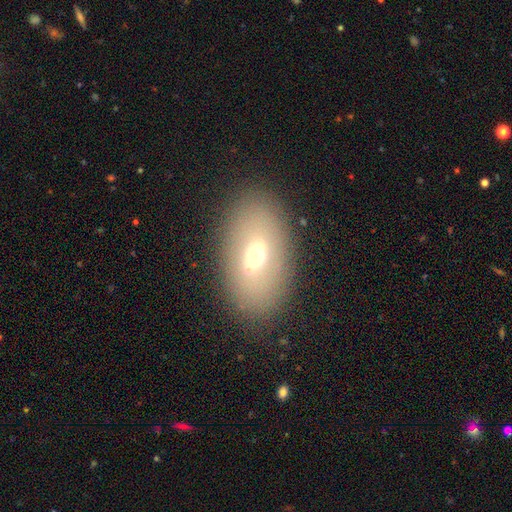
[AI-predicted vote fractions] Smooth or featured?
  - smooth: 60% *
  - featured or disk: 27%
  - star or artifact: 13%
How rounded?
  - in between: 87% *
  - round: 11%
  - cigar-shaped: 2%
Merging?
  - none: 75% *
  - merger: 10%
  - minor disturbance: 10%
  - major disturbance: 4%